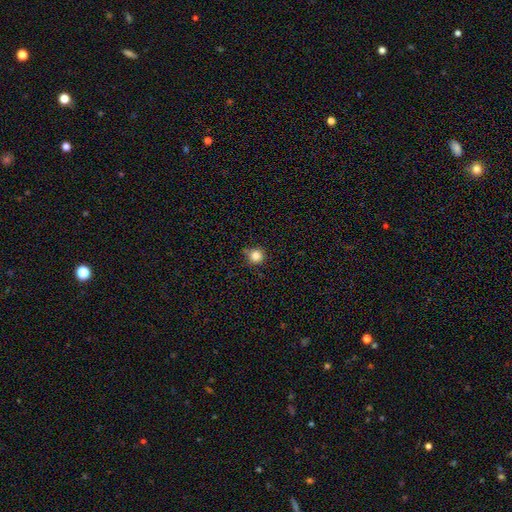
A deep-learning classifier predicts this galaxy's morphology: smooth 84%, star or artifact 12%, featured or disk 4%. Down the decision tree: how rounded — round (95%); merging — none (82%).